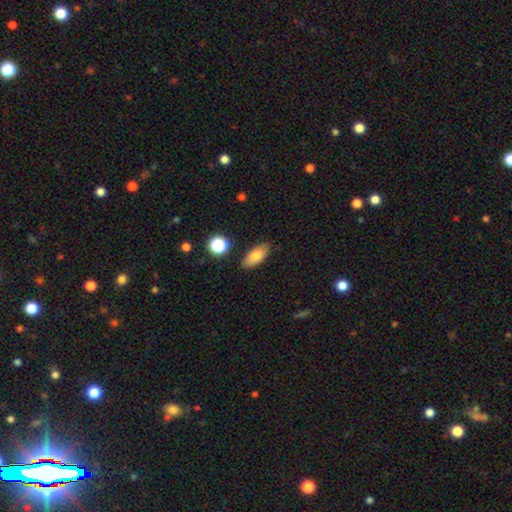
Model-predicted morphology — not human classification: This appears to be a smooth galaxy with no disk features (77%) that is in between round and cigar-shaped (83%). Merging: none (85%).